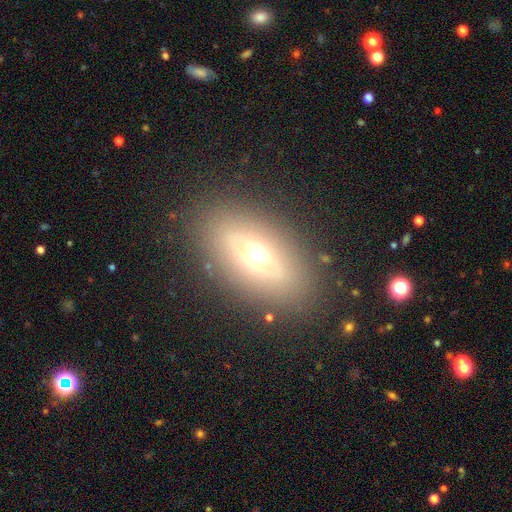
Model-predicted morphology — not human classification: Smooth or featured: smooth — 50% (featured or disk — 38%)
Merging: none — 85% (minor disturbance — 9%)